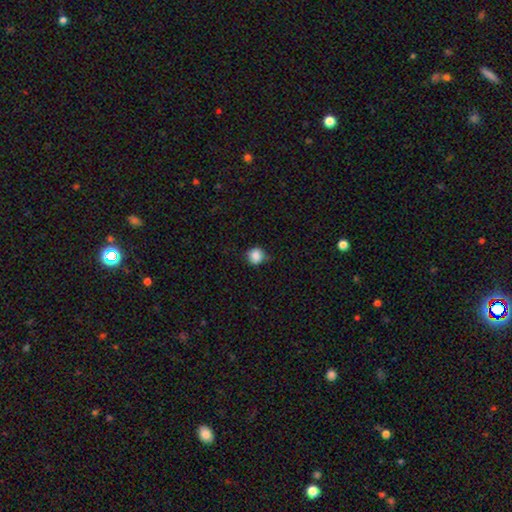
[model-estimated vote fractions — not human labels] smooth-or-featured: smooth: 85% | star or artifact: 10% | featured or disk: 5%
  how-rounded: round: 88% | in between: 11% | cigar-shaped: 1%
  merging: none: 67% | minor disturbance: 26% | major disturbance: 5% | merger: 2%